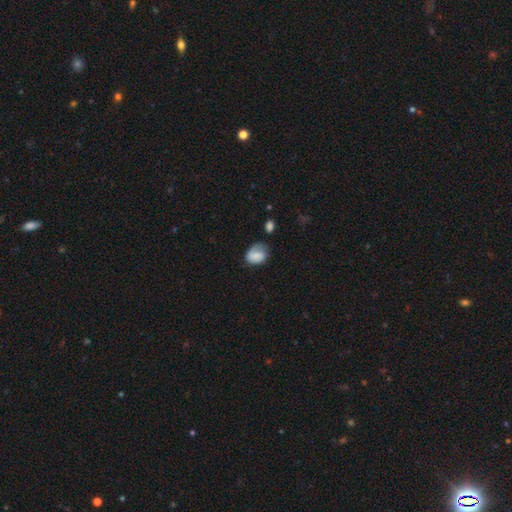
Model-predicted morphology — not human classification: smooth 66%, featured or disk 26%, star or artifact 8%. Down the decision tree: how rounded — in between (61%); merging — none (46%).